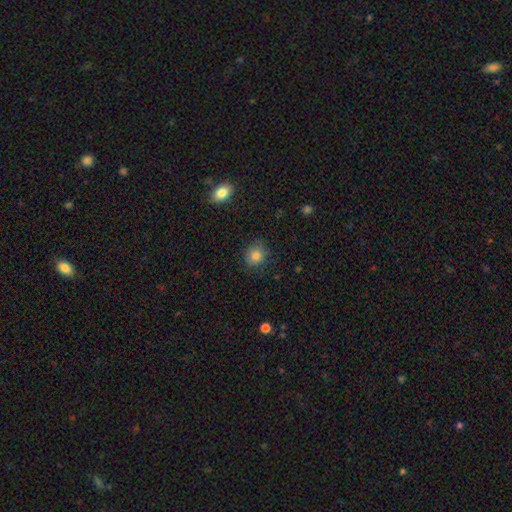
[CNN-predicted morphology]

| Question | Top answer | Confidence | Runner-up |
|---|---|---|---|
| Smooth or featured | smooth | 83% | star or artifact (11%) |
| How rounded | round | 79% | in between (20%) |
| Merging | none | 82% | minor disturbance (14%) |